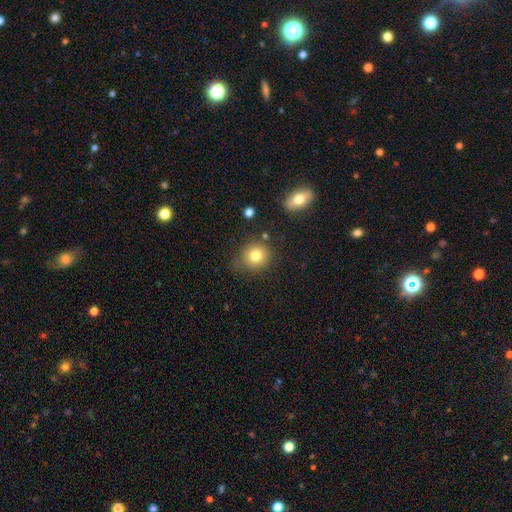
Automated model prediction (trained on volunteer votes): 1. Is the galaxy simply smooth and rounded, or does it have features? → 79% smooth, 12% star or artifact, 9% featured or disk.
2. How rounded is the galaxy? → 86% round, 13% in between, 1% cigar-shaped.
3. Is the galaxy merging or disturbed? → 77% none, 14% minor disturbance, 5% merger, 4% major disturbance.